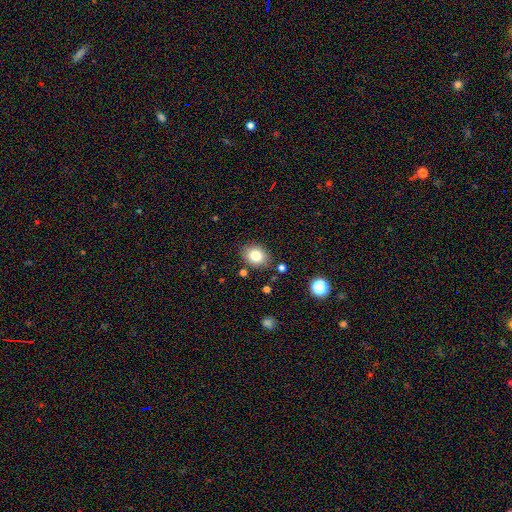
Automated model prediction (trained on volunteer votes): Overall: smooth (82%). How rounded: in between (61%; round 38%). Merging: none (83%).